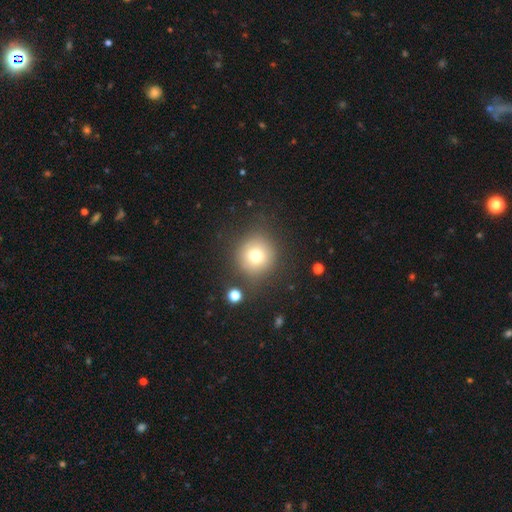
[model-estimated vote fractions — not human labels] Smooth or featured? Predicted: smooth (p=0.73). How rounded? Predicted: round (p=0.91). Merging? Predicted: none (p=0.80).